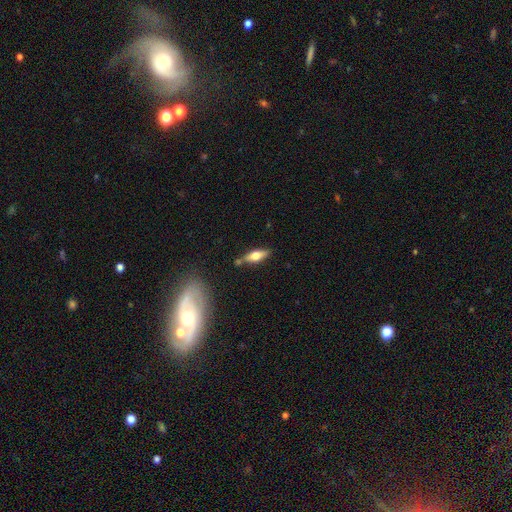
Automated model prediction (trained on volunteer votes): Smooth or featured? smooth (51%)
How rounded? in between (55%)
Merging? none (74%)